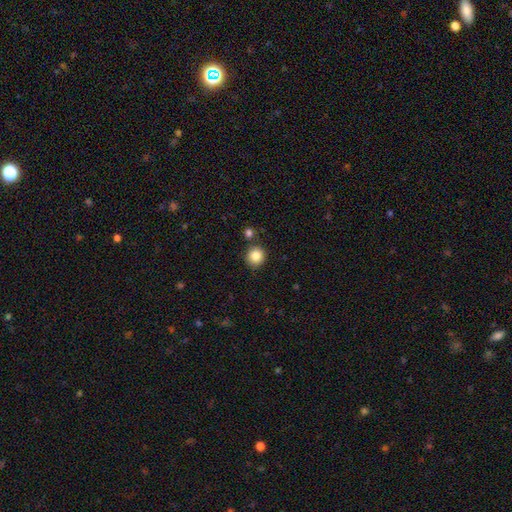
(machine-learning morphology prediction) Overall: smooth (85%). How rounded: round (90%). Merging: none (83%).